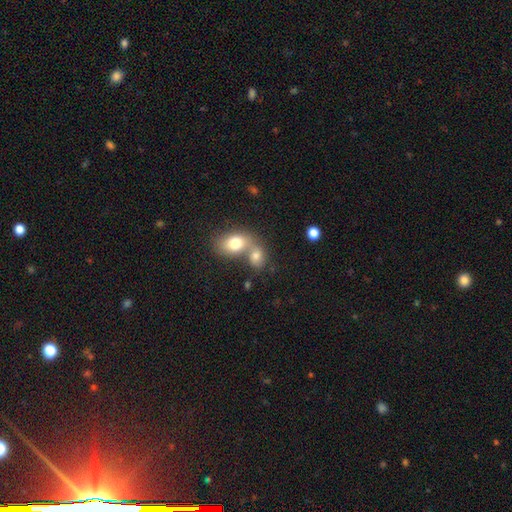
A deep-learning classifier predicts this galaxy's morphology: This is likely a smooth galaxy (78%). How rounded: likely in between (64%). Merging: likely merger (64%).